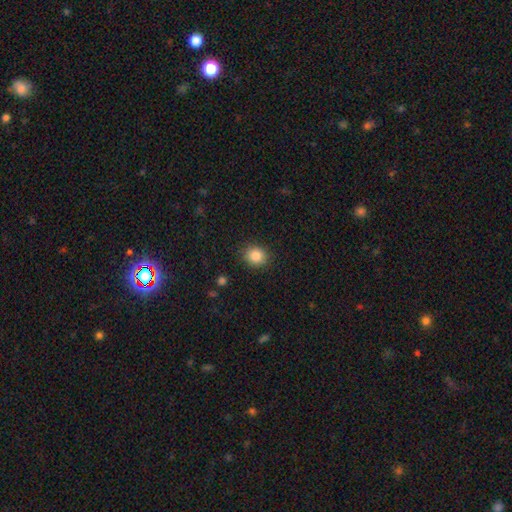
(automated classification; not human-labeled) Overall: smooth (86%). How rounded: round (73%). Merging: none (88%).